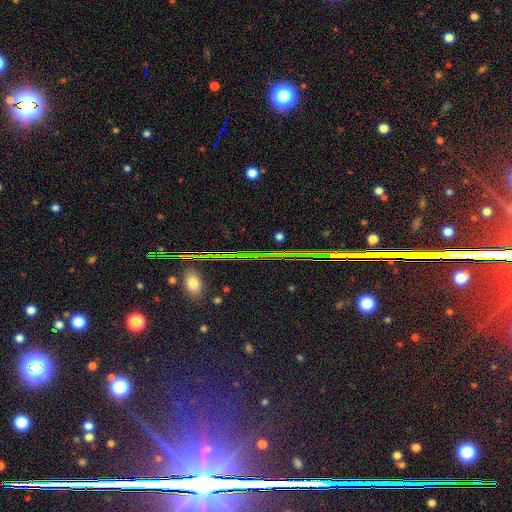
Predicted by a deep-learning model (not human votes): smooth-or-featured: star or artifact: 85% | featured or disk: 8% | smooth: 7%